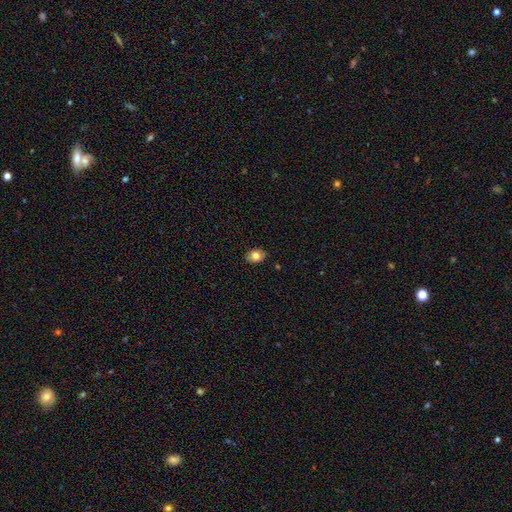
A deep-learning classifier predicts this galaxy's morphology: Smooth or featured?
  - smooth: 79% *
  - featured or disk: 12%
  - star or artifact: 9%
How rounded?
  - in between: 69% *
  - round: 30%
  - cigar-shaped: 1%
Merging?
  - none: 88% *
  - minor disturbance: 9%
  - major disturbance: 2%
  - merger: 1%